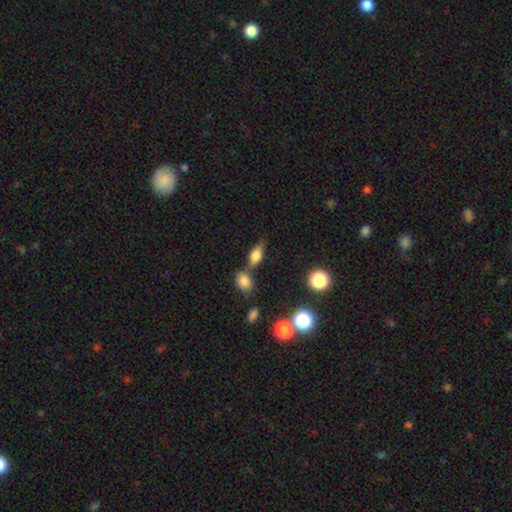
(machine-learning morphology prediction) Smooth or featured? Predicted: smooth (p=0.70). How rounded? Predicted: in between (p=0.77). Merging? Predicted: none (p=0.52).